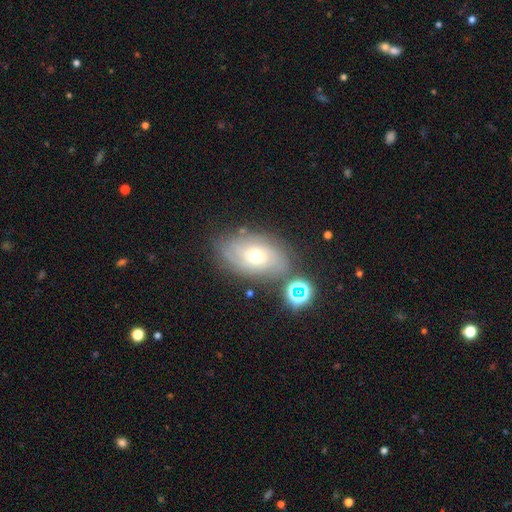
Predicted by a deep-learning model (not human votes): smooth-or-featured: featured or disk: 60% | smooth: 27% | star or artifact: 13%
  disk-edge-on: no: 93% | yes: 7%
    bar: no: 82% | weak: 14% | strong: 4%
    has-spiral-arms: yes: 74% | no: 26%
    bulge-size: moderate: 70% | small: 23% | large: 5% | dominant: 1% | none: 1%
  merging: none: 70% | minor disturbance: 17% | merger: 7% | major disturbance: 7%